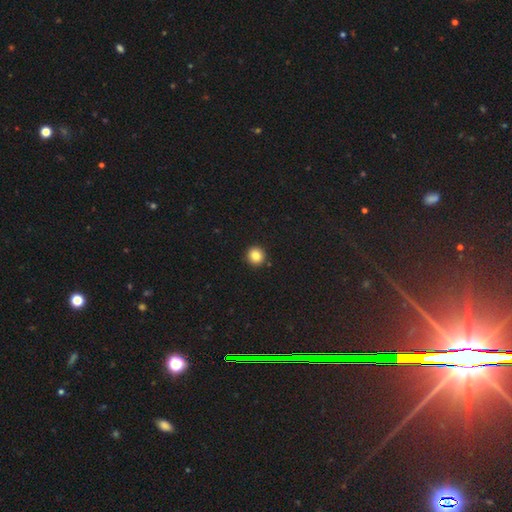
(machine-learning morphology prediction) Smooth or featured? smooth (84%)
How rounded? round (94%)
Merging? none (93%)